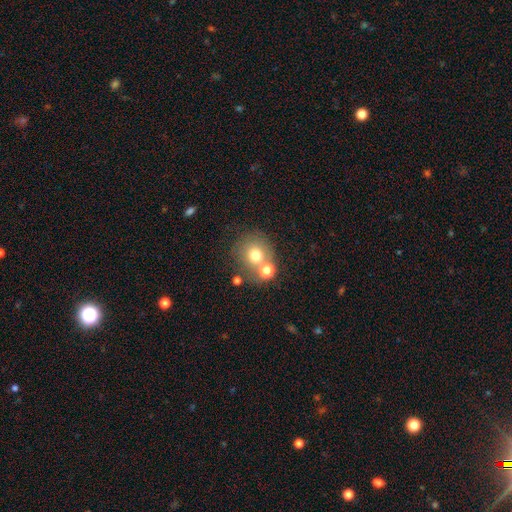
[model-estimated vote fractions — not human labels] This appears to be a smooth galaxy with no disk features (70%) that is round (85%). Merging: none (56%).